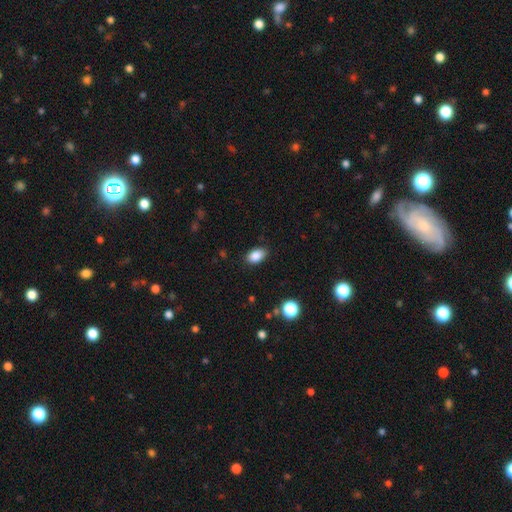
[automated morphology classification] Smooth or featured? smooth (87%)
How rounded? in between (88%)
Merging? none (86%)